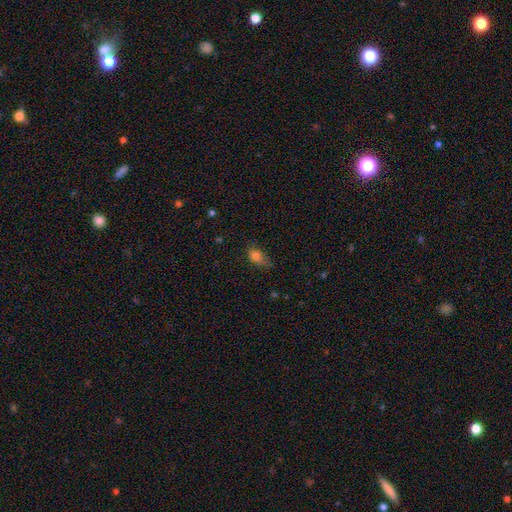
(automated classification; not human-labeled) A smooth galaxy with no disk features (76%) that is in between round and cigar-shaped (80%).

Vote fractions:
- Smooth or featured? smooth: 76% / star or artifact: 14% / featured or disk: 10%
- How rounded? in between: 80% / round: 15% / cigar-shaped: 5%
- Merging? none: 40% / minor disturbance: 36% / major disturbance: 21% / merger: 3%